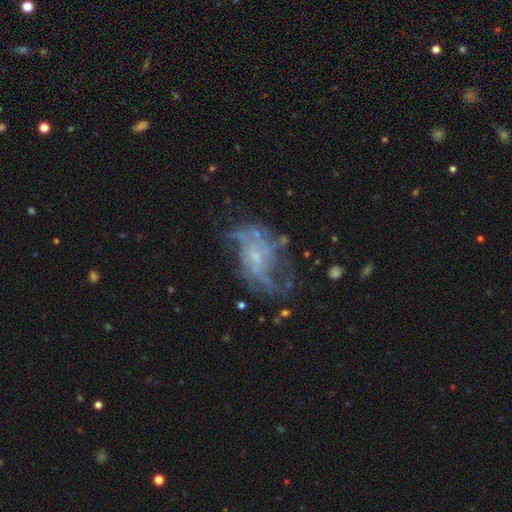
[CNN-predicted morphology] type=featured or disk (77%); edge-on=no (97%); bar=no (64%); spiral arms=yes (78%); winding=loose (46%); arm count=2 (35%); bulge=small (60%); merging=none (48%).